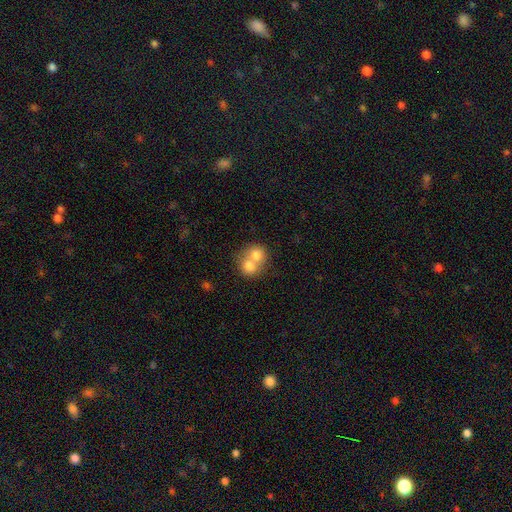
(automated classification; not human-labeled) A smooth galaxy with no disk features (72%) that is round (74%).

Vote fractions:
- Smooth or featured? smooth: 72% / featured or disk: 19% / star or artifact: 9%
- How rounded? round: 74% / in between: 25% / cigar-shaped: 1%
- Merging? merger: 71% / none: 23% / minor disturbance: 5% / major disturbance: 2%